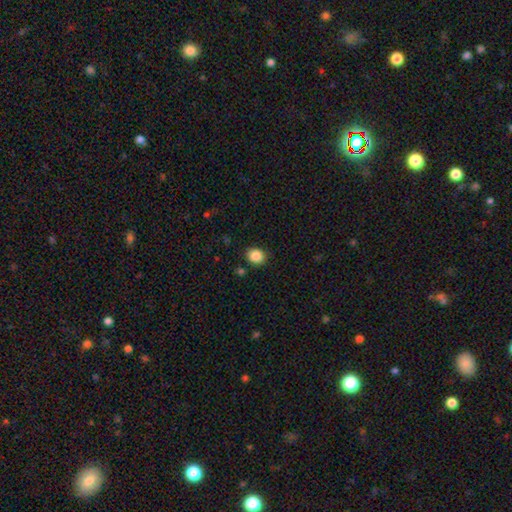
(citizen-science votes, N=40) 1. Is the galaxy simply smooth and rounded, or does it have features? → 90% smooth, 8% star or artifact, 2% featured or disk.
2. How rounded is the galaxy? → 78% round, 22% in between, 0% cigar-shaped.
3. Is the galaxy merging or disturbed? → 78% none, 16% minor disturbance, 3% major disturbance, 3% merger.